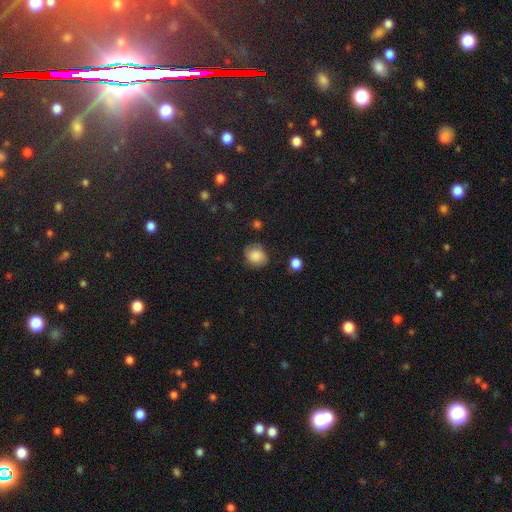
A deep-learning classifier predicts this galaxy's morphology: This appears to be a smooth galaxy with no disk features (85%) that is round (67%). Merging: none (75%).